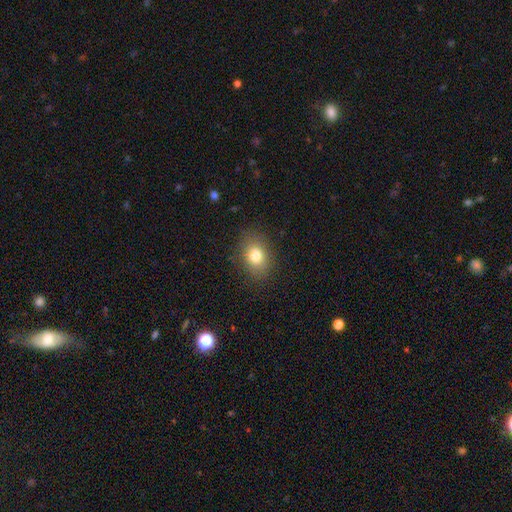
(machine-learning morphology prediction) This is likely a smooth galaxy (79%). How rounded: likely in between (63%). Merging: clearly none (86%).